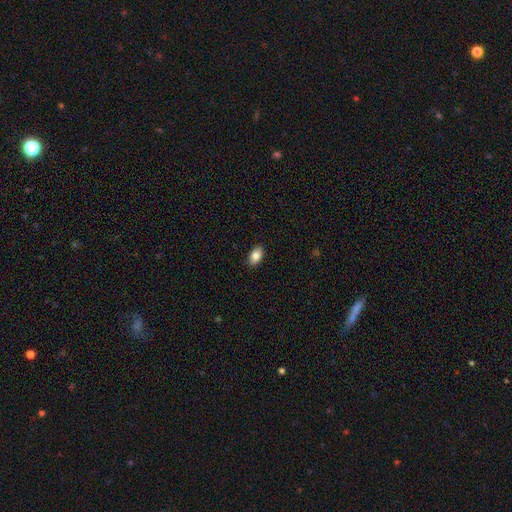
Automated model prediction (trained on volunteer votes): A smooth galaxy with no disk features (85%) that is in between round and cigar-shaped (92%).

Vote fractions:
- Smooth or featured? smooth: 85% / star or artifact: 7% / featured or disk: 7%
- How rounded? in between: 92% / round: 6% / cigar-shaped: 2%
- Merging? none: 90% / minor disturbance: 8% / major disturbance: 2% / merger: 1%